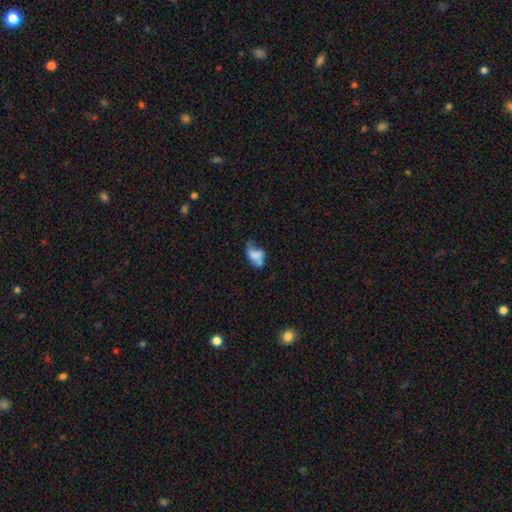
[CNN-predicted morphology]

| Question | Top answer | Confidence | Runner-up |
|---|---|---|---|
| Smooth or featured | smooth | 63% | featured or disk (26%) |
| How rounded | in between | 86% | round (11%) |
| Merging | minor disturbance | 31% | major disturbance (29%) |